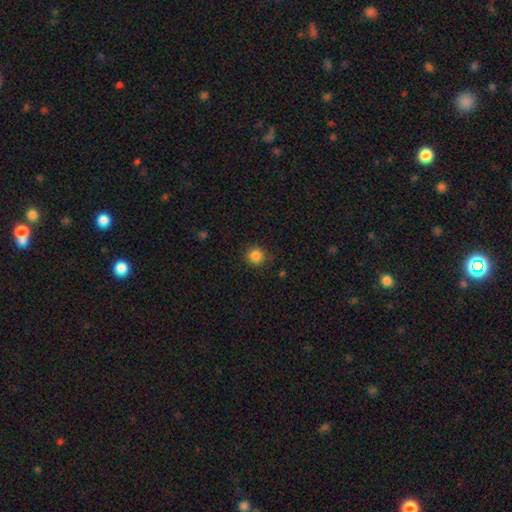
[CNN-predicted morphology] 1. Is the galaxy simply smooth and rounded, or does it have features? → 85% smooth, 11% star or artifact, 4% featured or disk.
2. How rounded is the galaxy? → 93% round, 6% in between, 1% cigar-shaped.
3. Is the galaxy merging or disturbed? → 87% none, 9% minor disturbance, 3% major disturbance, 1% merger.